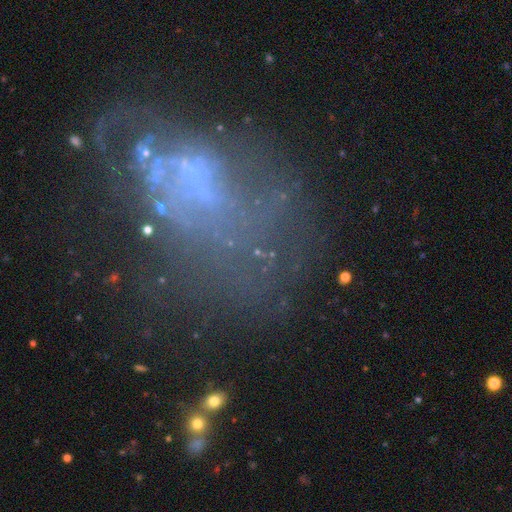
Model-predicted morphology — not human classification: type=featured or disk (58%); edge-on=no (97%); bar=no (82%); spiral arms=no (74%); bulge=none (72%); merging=major disturbance (41%).